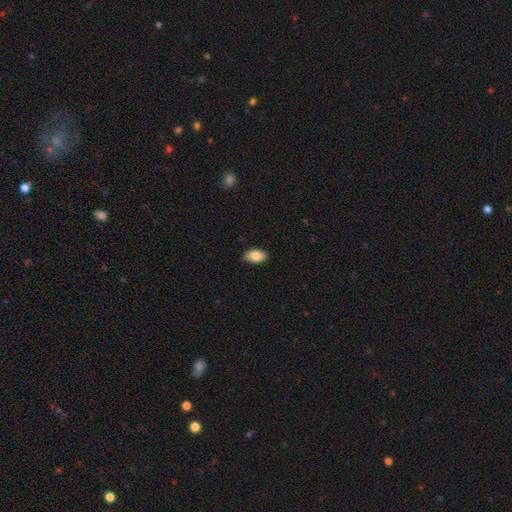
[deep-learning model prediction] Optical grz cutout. It shows a smooth galaxy with no disk features (85%) that is in between round and cigar-shaped (92%). Merging: none (86%).